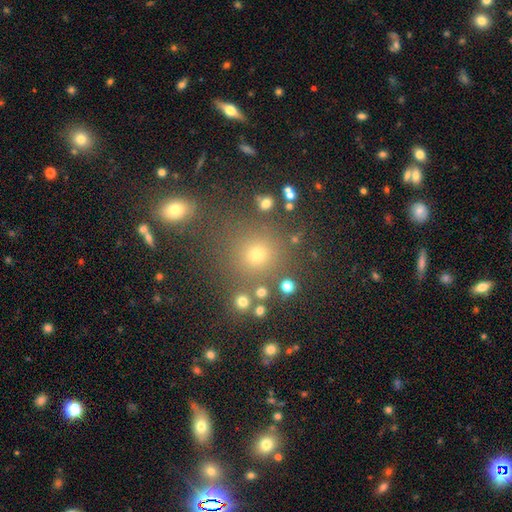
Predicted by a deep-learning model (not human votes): Smooth or featured?
  - smooth: 62% *
  - star or artifact: 29%
  - featured or disk: 9%
How rounded?
  - round: 90% *
  - in between: 8%
  - cigar-shaped: 1%
Merging?
  - none: 80% *
  - minor disturbance: 8%
  - merger: 8%
  - major disturbance: 4%